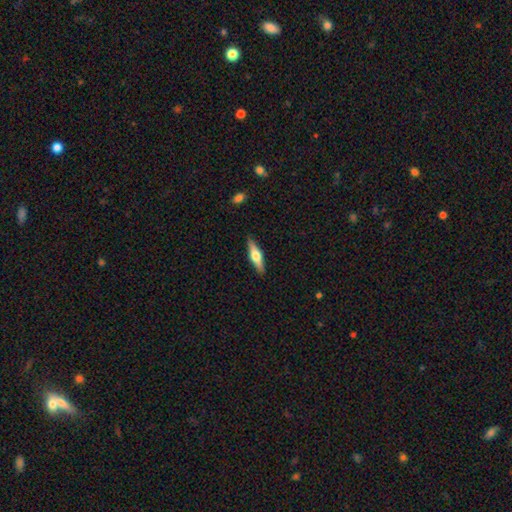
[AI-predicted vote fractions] Q: Smooth or featured?
A: featured or disk (55%); runner-up: smooth (40%)
Q: Edge-on disk?
A: yes (95%); runner-up: no (5%)
Q: Edge-on bulge?
A: rounded (94%); runner-up: boxy (4%)
Q: Merging?
A: none (90%); runner-up: minor disturbance (7%)